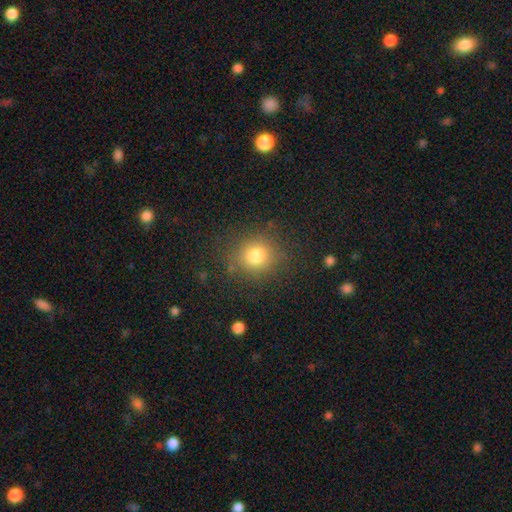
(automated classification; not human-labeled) A smooth galaxy with no disk features (79%) that is round (85%).

Vote fractions:
- Smooth or featured? smooth: 79% / star or artifact: 13% / featured or disk: 8%
- How rounded? round: 85% / in between: 14% / cigar-shaped: 1%
- Merging? none: 84% / minor disturbance: 10% / major disturbance: 4% / merger: 2%